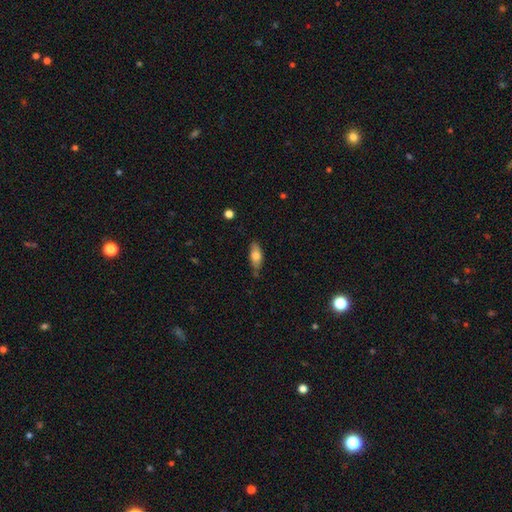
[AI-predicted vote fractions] A smooth galaxy with no disk features (73%) that is in between round and cigar-shaped (79%). Merging: none (72%).